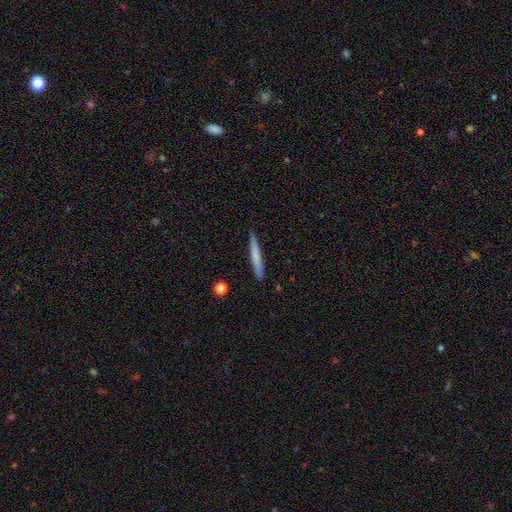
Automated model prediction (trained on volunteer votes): Morphology: type=smooth (69%); roundness=cigar-shaped (95%); merging=none (89%).